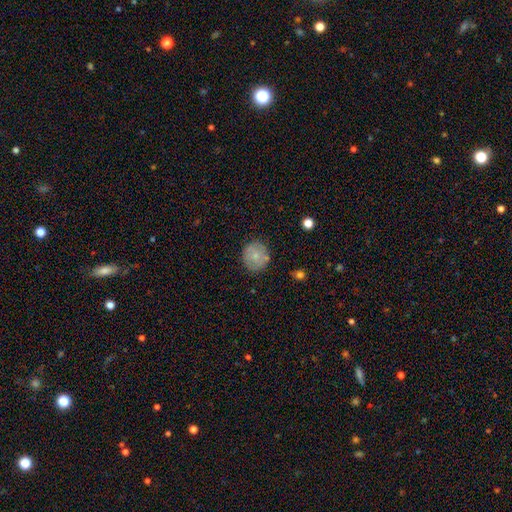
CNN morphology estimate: Overall: smooth (70%). How rounded: round (87%). Merging: none (80%).